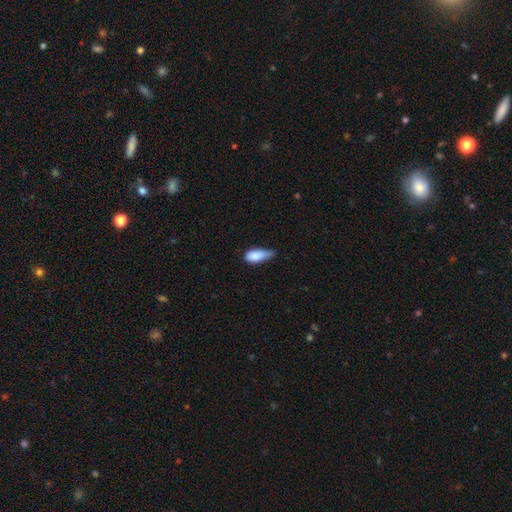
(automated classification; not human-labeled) smooth_or_featured: smooth (p=0.83) [alt: featured or disk p=0.09]
how_rounded: in between (p=0.81) [alt: cigar-shaped p=0.15]
merging: minor disturbance (p=0.55) [alt: none p=0.25]